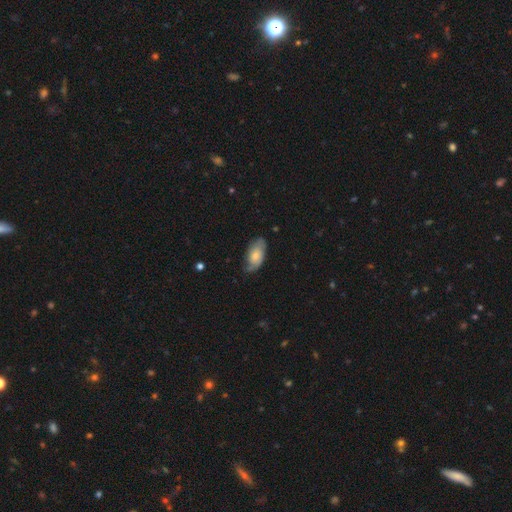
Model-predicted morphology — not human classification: The model was most divided on "smooth or featured": smooth: 58%, featured or disk: 36%, star or artifact: 6%. More confident: how rounded — in between (92%); merging — none (61%).